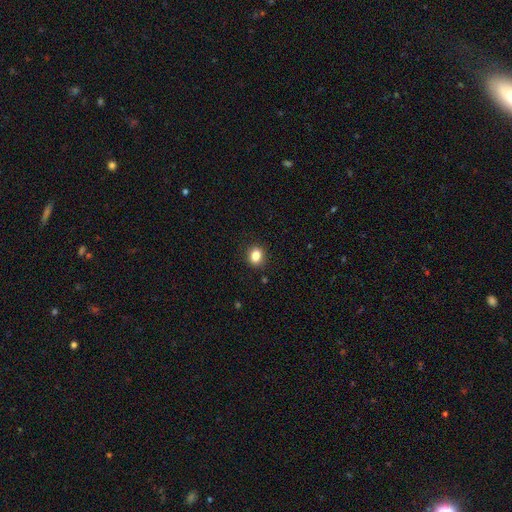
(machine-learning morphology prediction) Smooth or featured? Predicted: smooth (p=0.84). How rounded? Predicted: round (p=0.56). Merging? Predicted: none (p=0.89).